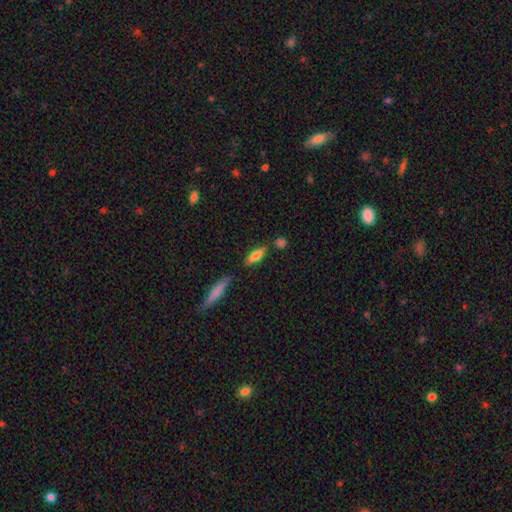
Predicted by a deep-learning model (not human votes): Smooth or featured?
  - smooth: 71% *
  - featured or disk: 22%
  - star or artifact: 7%
How rounded?
  - in between: 51% *
  - cigar-shaped: 46%
  - round: 2%
Merging?
  - none: 72% *
  - minor disturbance: 14%
  - merger: 9%
  - major disturbance: 4%